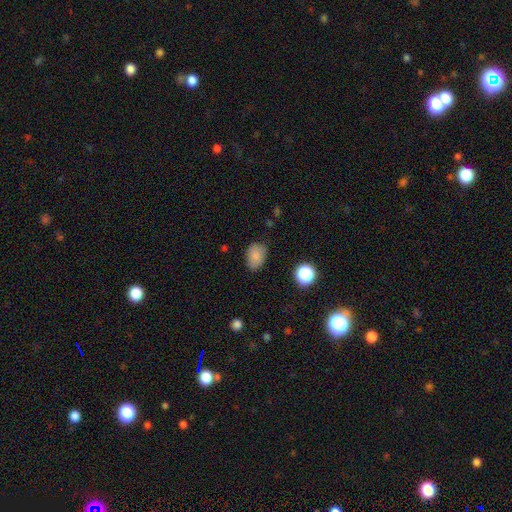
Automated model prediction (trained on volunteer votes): This appears to be a smooth galaxy with no disk features (83%) that is in between round and cigar-shaped (74%). Merging: none (78%).